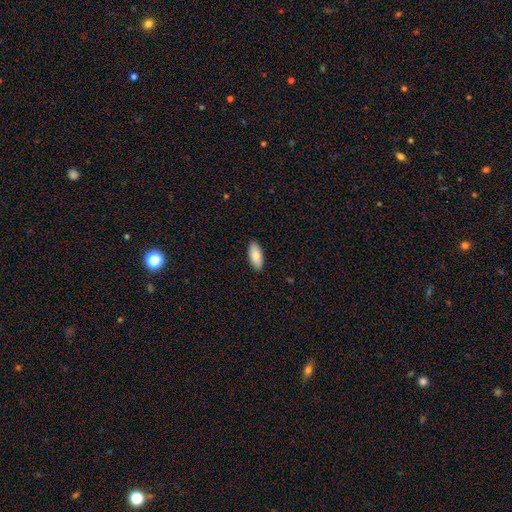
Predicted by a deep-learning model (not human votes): A smooth galaxy with no disk features (82%) that is in between round and cigar-shaped (90%).

Vote fractions:
- Smooth or featured? smooth: 82% / featured or disk: 12% / star or artifact: 6%
- How rounded? in between: 90% / cigar-shaped: 8% / round: 2%
- Merging? none: 90% / minor disturbance: 8% / major disturbance: 2% / merger: 1%